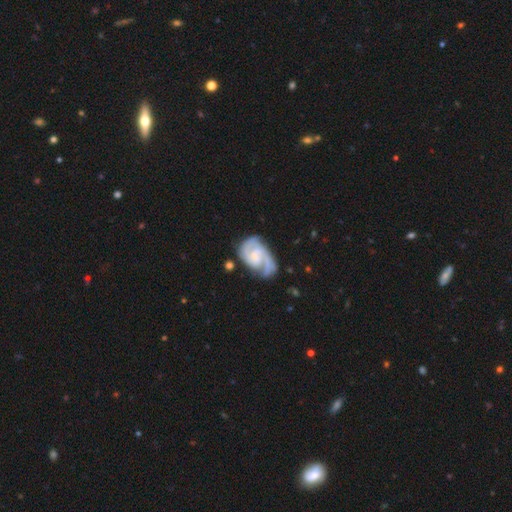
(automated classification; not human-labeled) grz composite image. It shows a featured or disk galaxy (87%) with no bar (49%), 2 (69%) tight (47%) spiral arms (97%) and a small central bulge (52%). Merging: none (60%).